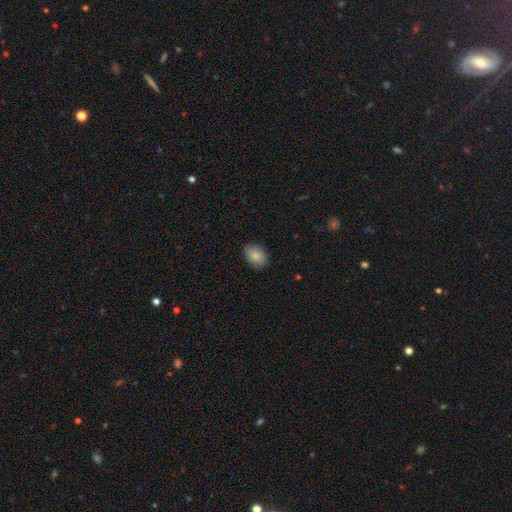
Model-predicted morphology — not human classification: A smooth galaxy with no disk features (87%) that is in between round and cigar-shaped (77%). Merging: none (86%).